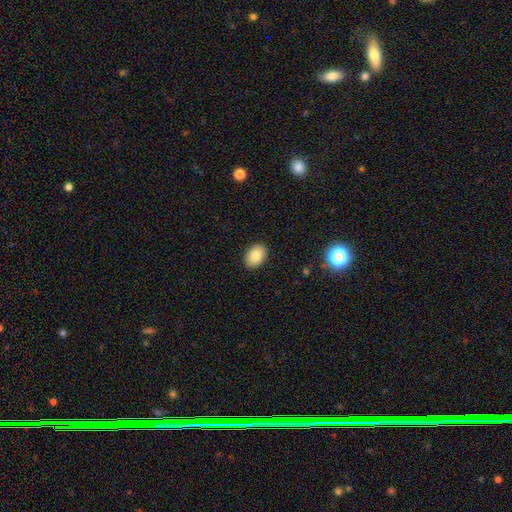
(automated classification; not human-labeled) A smooth galaxy with no disk features (85%) that is in between round and cigar-shaped (75%).

Vote fractions:
- Smooth or featured? smooth: 85% / star or artifact: 8% / featured or disk: 7%
- How rounded? in between: 75% / round: 24% / cigar-shaped: 1%
- Merging? none: 89% / minor disturbance: 8% / major disturbance: 2% / merger: 1%